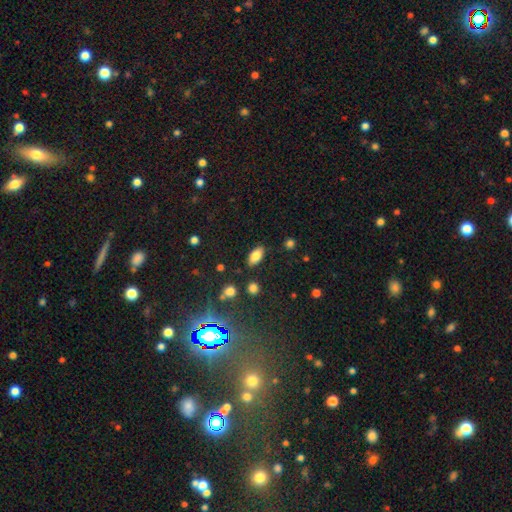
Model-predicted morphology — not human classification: This is clearly a smooth galaxy (81%). How rounded: clearly in between (91%). Merging: clearly none (84%).